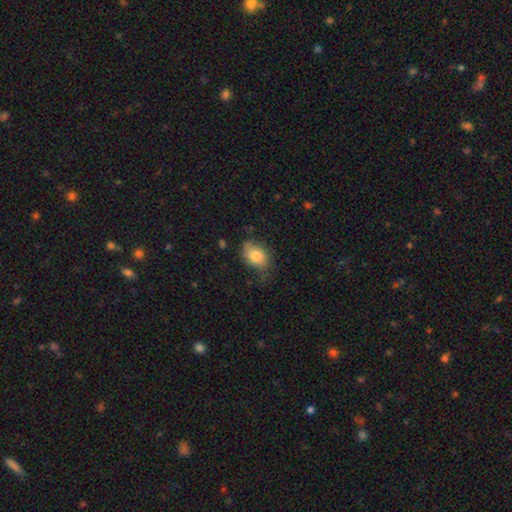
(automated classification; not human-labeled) Smooth or featured? Predicted: smooth (p=0.80). How rounded? Predicted: in between (p=0.82). Merging? Predicted: none (p=0.59).